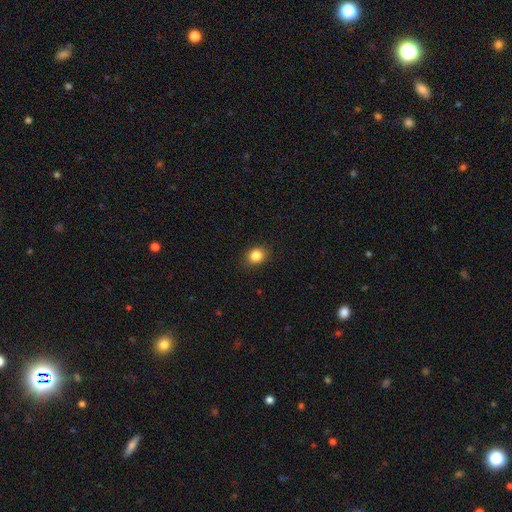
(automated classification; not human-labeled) Smooth or featured? Predicted: smooth (p=0.84). How rounded? Predicted: round (p=0.64). Merging? Predicted: none (p=0.89).